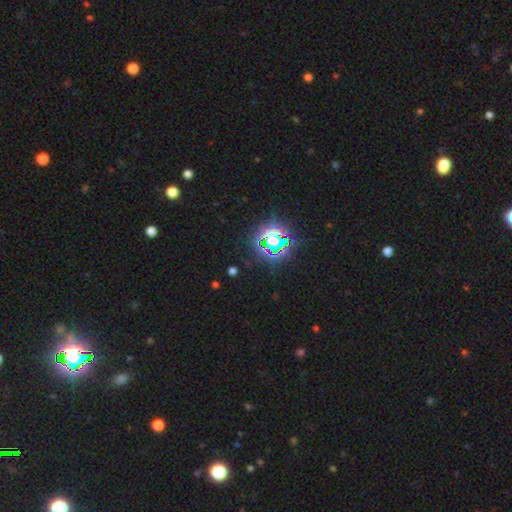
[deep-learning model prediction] Smooth or featured: star or artifact — 81% (smooth — 13%)